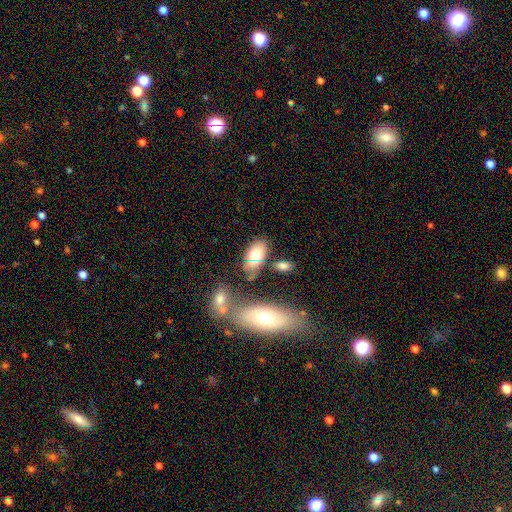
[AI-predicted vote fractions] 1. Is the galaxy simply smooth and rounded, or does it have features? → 69% smooth, 22% featured or disk, 9% star or artifact.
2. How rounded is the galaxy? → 91% in between, 6% round, 3% cigar-shaped.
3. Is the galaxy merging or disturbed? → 62% none, 17% minor disturbance, 15% merger, 7% major disturbance.